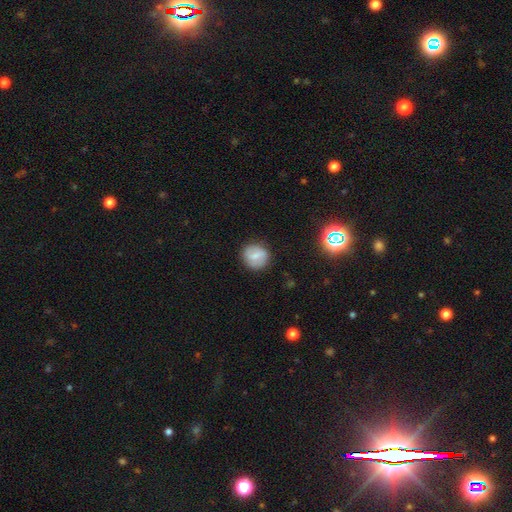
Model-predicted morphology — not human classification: smooth 64%, featured or disk 27%, star or artifact 9%. Down the decision tree: how rounded — round (83%); merging — none (84%).